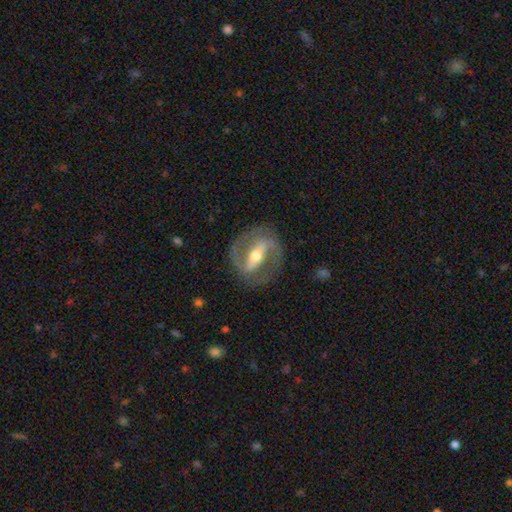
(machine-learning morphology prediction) This is clearly a featured or disk galaxy (87%). It is clearly not viewed edge-on (93%). Bar: likely strong (69%). Spiral arm pattern: clearly yes (86%). Spiral arm count: clearly 2 (90%). Spiral winding: possibly medium (50%). Central bulge: likely moderate (64%). Merging: clearly none (85%).